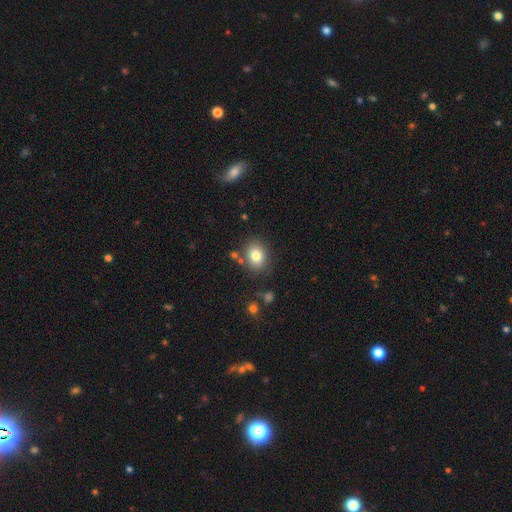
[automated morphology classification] This appears to be a smooth galaxy with no disk features (81%) that is in between round and cigar-shaped (52%). Merging: none (80%).